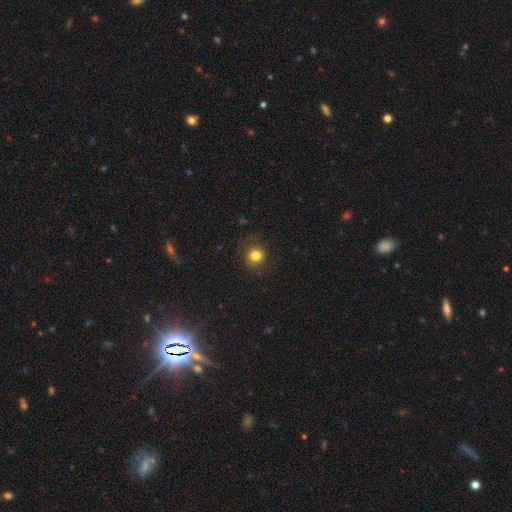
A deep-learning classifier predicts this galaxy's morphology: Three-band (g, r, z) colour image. It shows a smooth galaxy with no disk features (82%) that is round (89%). Merging: none (84%).